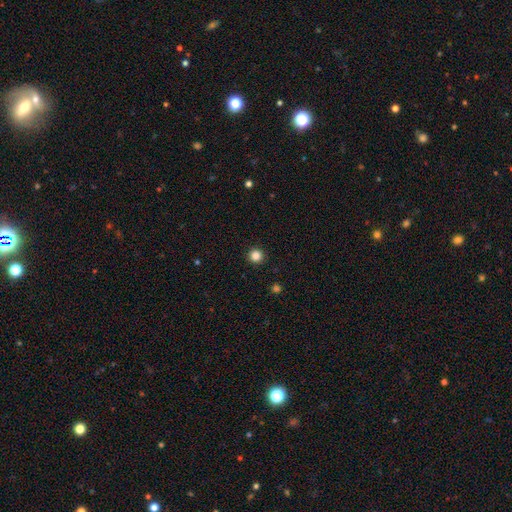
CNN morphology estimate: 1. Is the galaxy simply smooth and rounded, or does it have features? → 84% smooth, 12% star or artifact, 4% featured or disk.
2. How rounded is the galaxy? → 95% round, 4% in between, 1% cigar-shaped.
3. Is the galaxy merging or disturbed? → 93% none, 4% minor disturbance, 2% major disturbance, 1% merger.